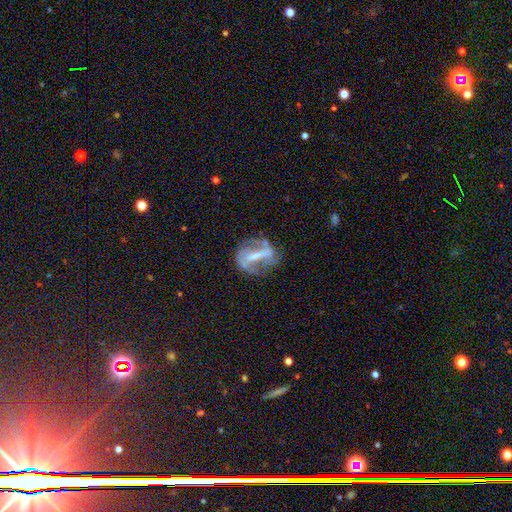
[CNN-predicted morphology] smooth-or-featured: featured or disk: 75% | smooth: 16% | star or artifact: 8%
  disk-edge-on: no: 92% | yes: 8%
    bar: strong: 65% | weak: 24% | no: 10%
    has-spiral-arms: yes: 70% | no: 30%
    bulge-size: small: 36% | moderate: 30% | none: 27% | large: 6% | dominant: 1%
  merging: none: 59% | minor disturbance: 21% | major disturbance: 17% | merger: 3%